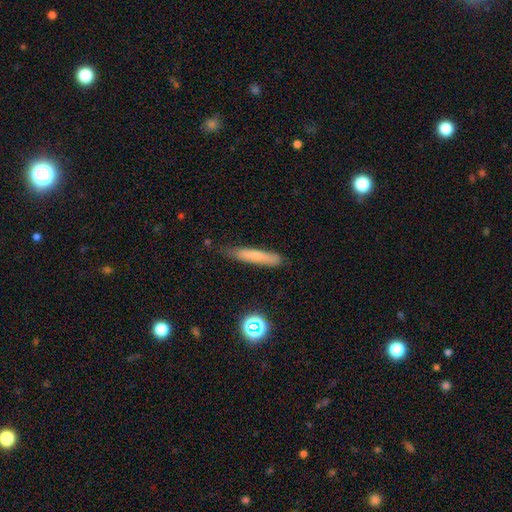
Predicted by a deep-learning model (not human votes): Smooth or featured? Predicted: smooth (p=0.69). How rounded? Predicted: cigar-shaped (p=0.90). Merging? Predicted: none (p=0.74).